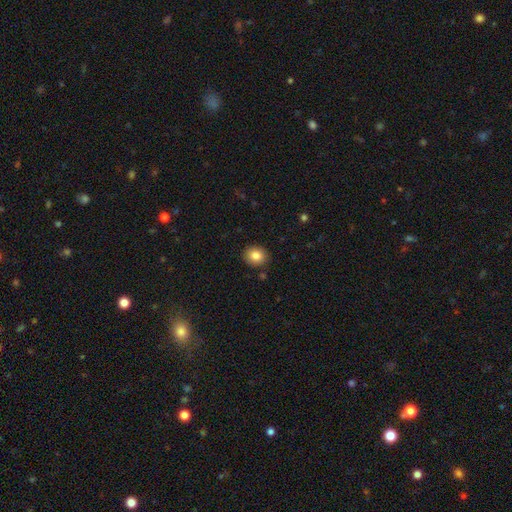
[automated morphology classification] This appears to be a smooth galaxy with no disk features (84%) that is round (70%). Merging: none (89%).